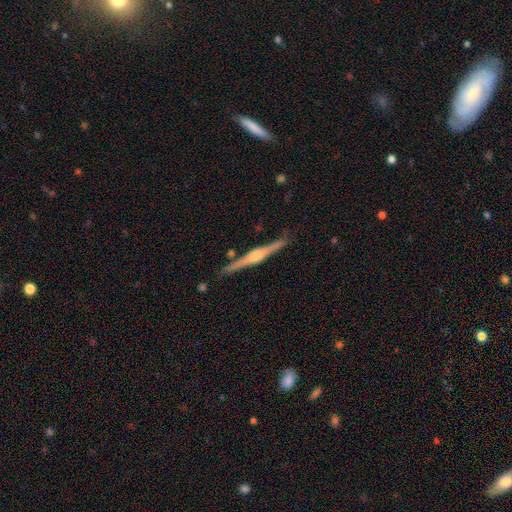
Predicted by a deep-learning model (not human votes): smooth_or_featured: featured or disk (p=0.83) [alt: smooth p=0.12]
disk_edge_on: yes (p=0.98) [alt: no p=0.02]
edge_on_bulge: rounded (p=0.76) [alt: boxy p=0.17]
merging: none (p=0.88) [alt: minor disturbance p=0.08]